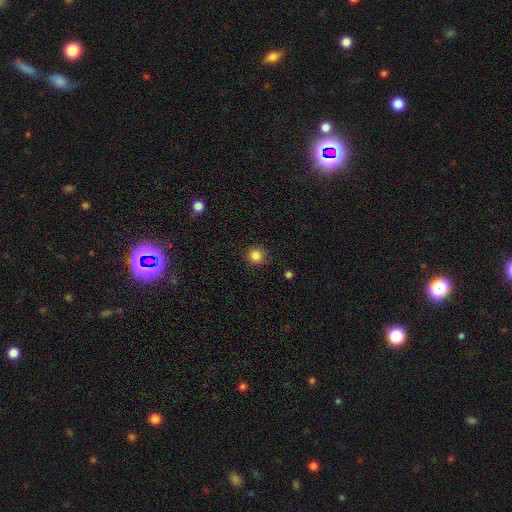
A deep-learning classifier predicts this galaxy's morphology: smooth 86%, star or artifact 11%, featured or disk 3%. Down the decision tree: how rounded — round (94%); merging — none (91%).